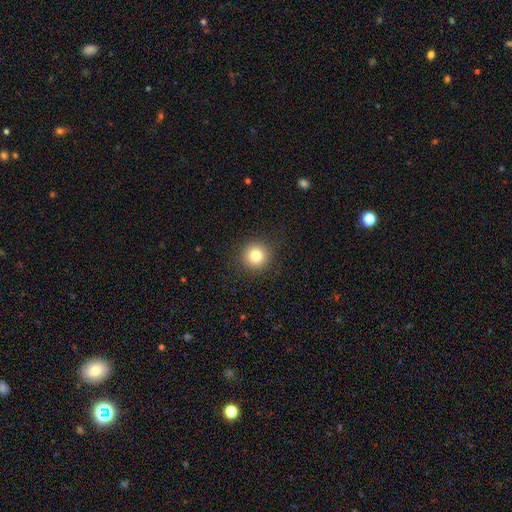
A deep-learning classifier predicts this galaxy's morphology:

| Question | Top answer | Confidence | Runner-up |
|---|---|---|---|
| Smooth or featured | smooth | 81% | star or artifact (12%) |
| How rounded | round | 94% | in between (5%) |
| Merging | none | 91% | minor disturbance (6%) |